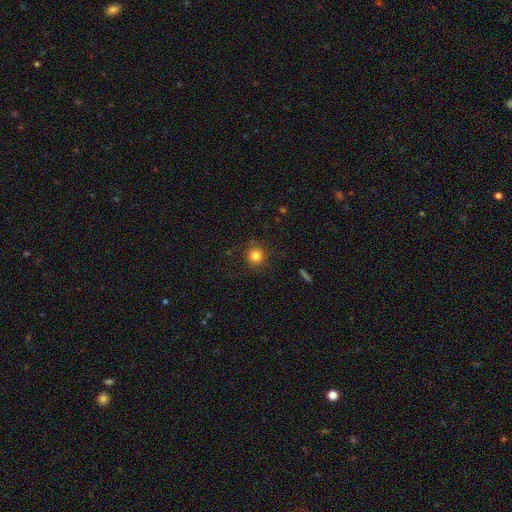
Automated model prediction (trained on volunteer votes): Smooth or featured? Predicted: smooth (p=0.82). How rounded? Predicted: round (p=0.93). Merging? Predicted: none (p=0.86).